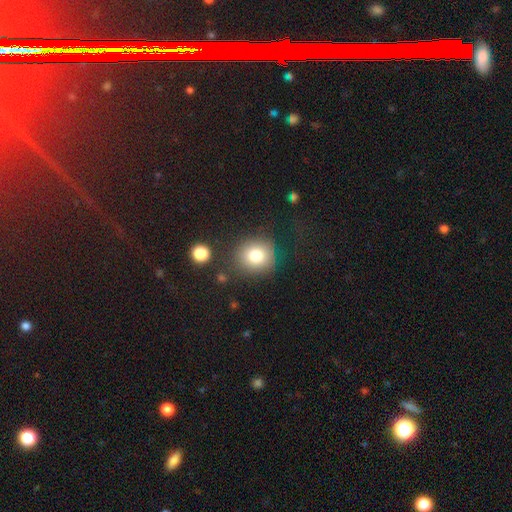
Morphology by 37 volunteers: Smooth or featured? smooth (86%)
How rounded? round (84%)
Merging? none (81%)